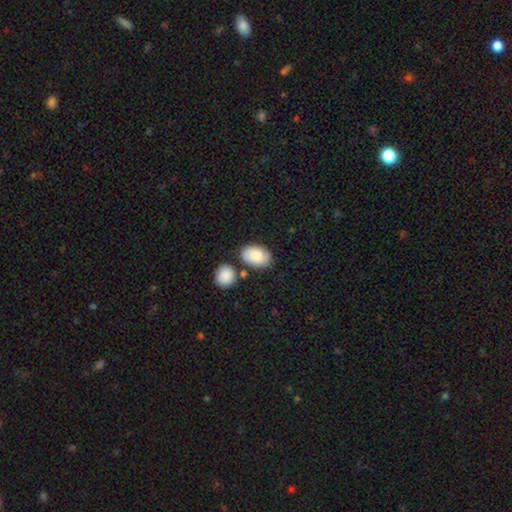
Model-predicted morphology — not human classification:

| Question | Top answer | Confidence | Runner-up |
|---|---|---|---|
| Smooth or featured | smooth | 84% | featured or disk (10%) |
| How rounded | in between | 90% | round (9%) |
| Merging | none | 72% | minor disturbance (14%) |